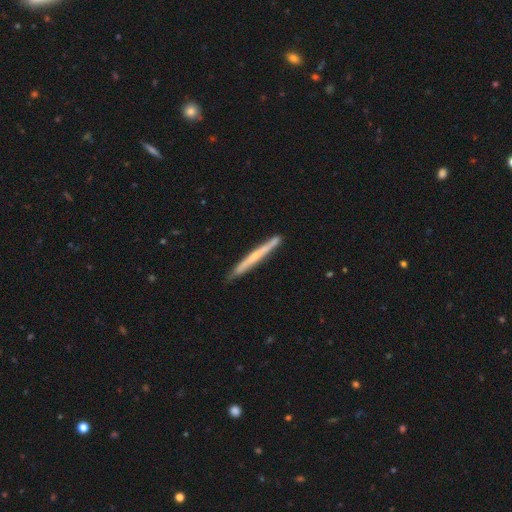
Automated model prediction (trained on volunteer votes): Q: Smooth or featured?
A: featured or disk (57%); runner-up: smooth (37%)
Q: Edge-on disk?
A: yes (96%); runner-up: no (4%)
Q: Edge-on bulge?
A: none (53%); runner-up: rounded (43%)
Q: Merging?
A: none (85%); runner-up: minor disturbance (11%)